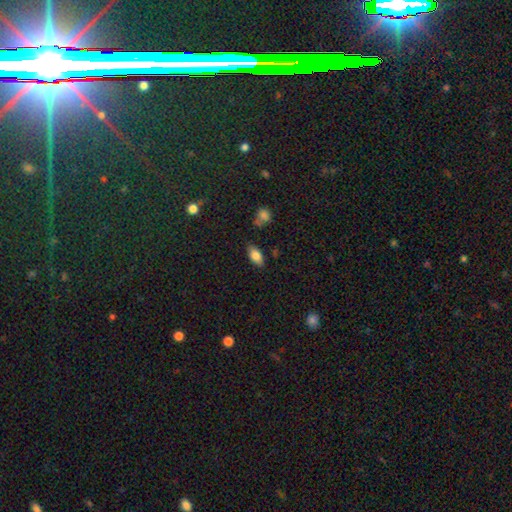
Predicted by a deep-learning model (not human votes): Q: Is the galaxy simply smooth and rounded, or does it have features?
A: smooth — 80%.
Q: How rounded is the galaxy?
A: in between — 89%.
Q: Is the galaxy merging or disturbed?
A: none — 81%.